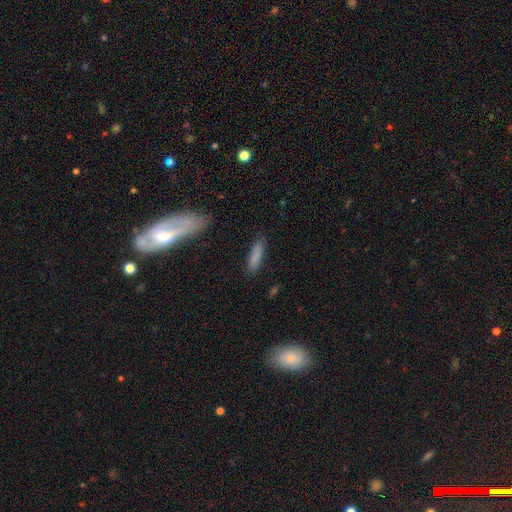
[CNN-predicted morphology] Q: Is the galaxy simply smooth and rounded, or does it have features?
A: smooth — 84%.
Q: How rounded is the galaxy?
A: cigar-shaped — 73%.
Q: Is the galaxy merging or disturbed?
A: none — 83%.